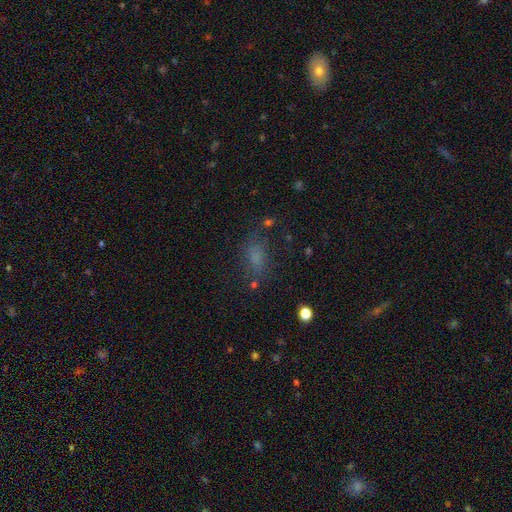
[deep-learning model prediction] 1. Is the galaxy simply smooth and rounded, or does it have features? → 71% smooth, 19% star or artifact, 11% featured or disk.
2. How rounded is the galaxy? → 80% in between, 13% round, 7% cigar-shaped.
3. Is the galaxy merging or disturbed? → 64% none, 19% minor disturbance, 13% major disturbance, 4% merger.